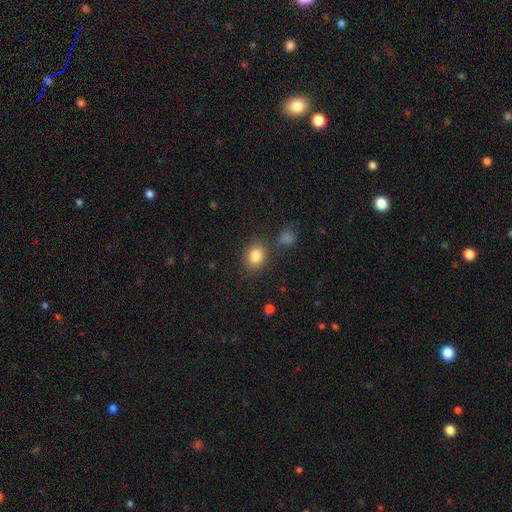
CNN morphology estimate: smooth_or_featured: smooth (p=0.83) [alt: star or artifact p=0.11]
how_rounded: round (p=0.56) [alt: in between p=0.43]
merging: none (p=0.79) [alt: minor disturbance p=0.11]